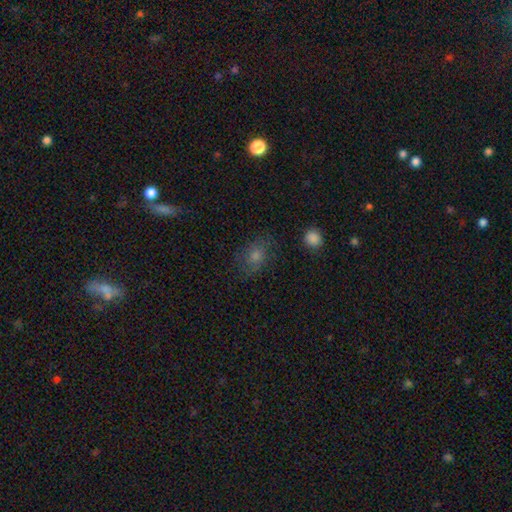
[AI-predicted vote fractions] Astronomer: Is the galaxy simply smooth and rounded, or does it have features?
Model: smooth — 66%.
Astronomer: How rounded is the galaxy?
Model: in between — 62%.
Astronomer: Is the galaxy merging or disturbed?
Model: none — 70%.